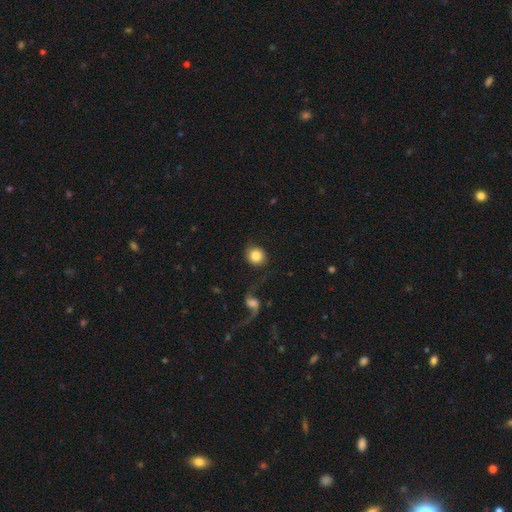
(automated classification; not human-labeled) The model was most divided on "merging": none: 71%, minor disturbance: 13%, merger: 9%, major disturbance: 8%. More confident: how rounded — round (88%); smooth or featured — smooth (78%).